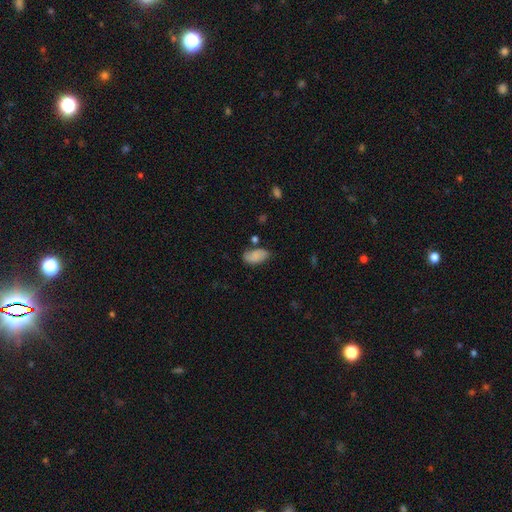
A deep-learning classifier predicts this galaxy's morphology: A smooth galaxy with no disk features (77%) that is in between round and cigar-shaped (93%).

Vote fractions:
- Smooth or featured? smooth: 77% / featured or disk: 14% / star or artifact: 9%
- How rounded? in between: 93% / round: 4% / cigar-shaped: 3%
- Merging? none: 60% / minor disturbance: 27% / major disturbance: 8% / merger: 6%